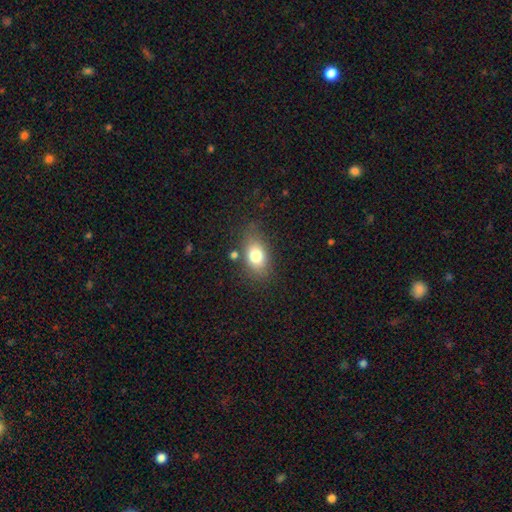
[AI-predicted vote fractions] Morphology: type=smooth (76%); roundness=in between (80%); merging=none (74%).